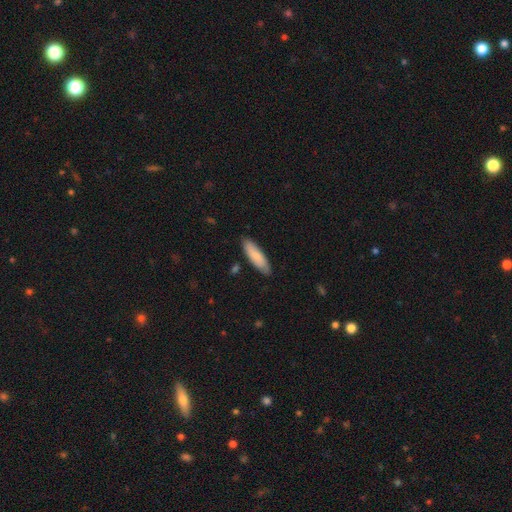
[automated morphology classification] A smooth galaxy with no disk features (81%) that is cigar-shaped (57%). Merging: none (83%).